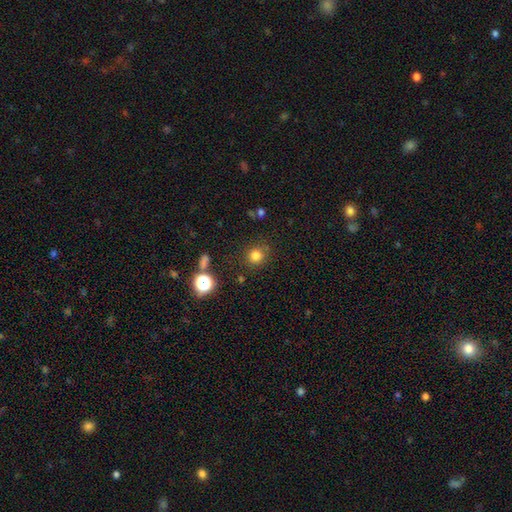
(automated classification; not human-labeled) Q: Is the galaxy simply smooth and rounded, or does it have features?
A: smooth — 79%.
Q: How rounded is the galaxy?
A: round — 89%.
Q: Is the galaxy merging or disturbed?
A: none — 83%.